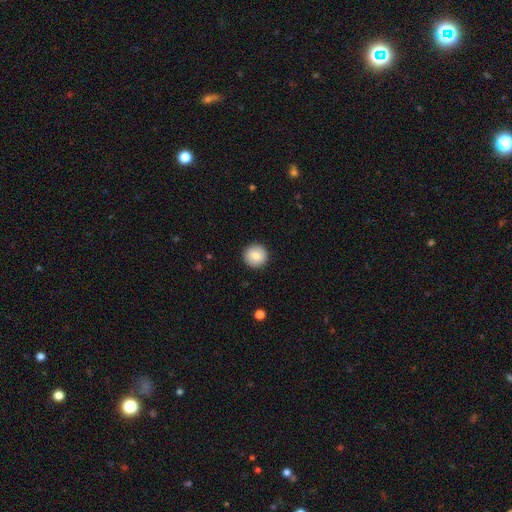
Overall: smooth (78%). How rounded: round (93%). Merging: none (94%).